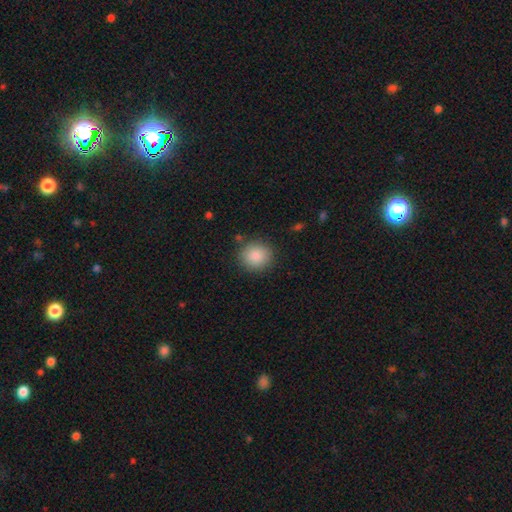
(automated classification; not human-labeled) smooth 87%, star or artifact 8%, featured or disk 4%. Down the decision tree: how rounded — round (87%); merging — none (86%).